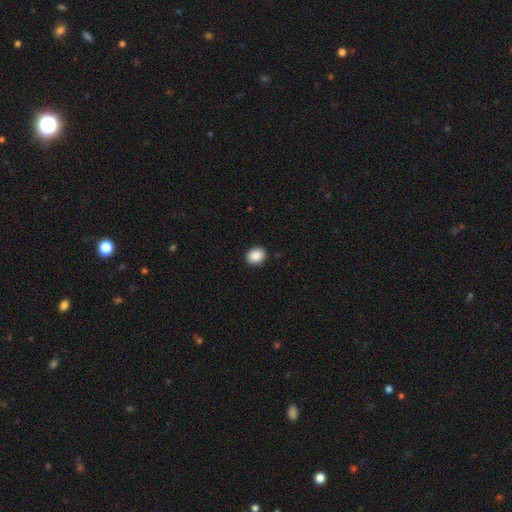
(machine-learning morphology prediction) A smooth galaxy with no disk features (89%) that is in between round and cigar-shaped (50%).

Vote fractions:
- Smooth or featured? smooth: 89% / star or artifact: 8% / featured or disk: 3%
- How rounded? in between: 50% / round: 49% / cigar-shaped: 1%
- Merging? none: 91% / minor disturbance: 7% / major disturbance: 2% / merger: 1%